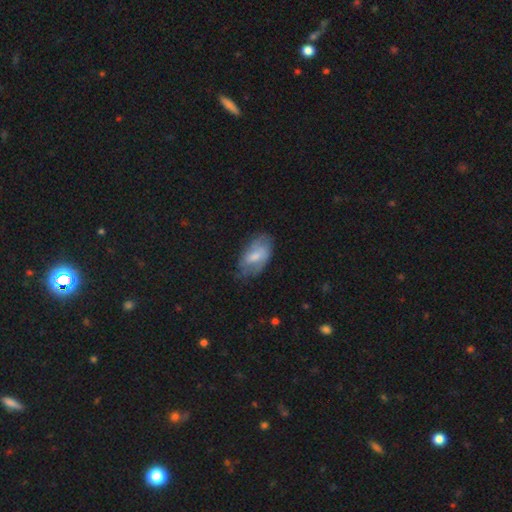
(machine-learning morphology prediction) Smooth or featured: smooth — 59% (featured or disk — 34%)
How rounded: in between — 93% (round — 4%)
Merging: none — 58% (minor disturbance — 30%)